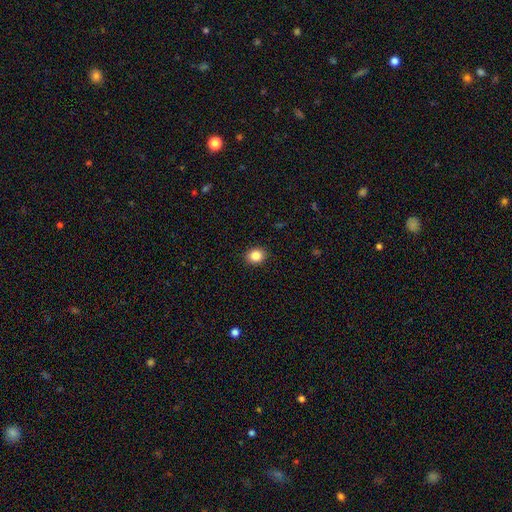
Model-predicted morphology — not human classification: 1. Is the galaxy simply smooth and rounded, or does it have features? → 85% smooth, 10% star or artifact, 5% featured or disk.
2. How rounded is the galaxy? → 69% round, 30% in between, 1% cigar-shaped.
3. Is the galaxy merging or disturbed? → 91% none, 6% minor disturbance, 2% major disturbance, 1% merger.